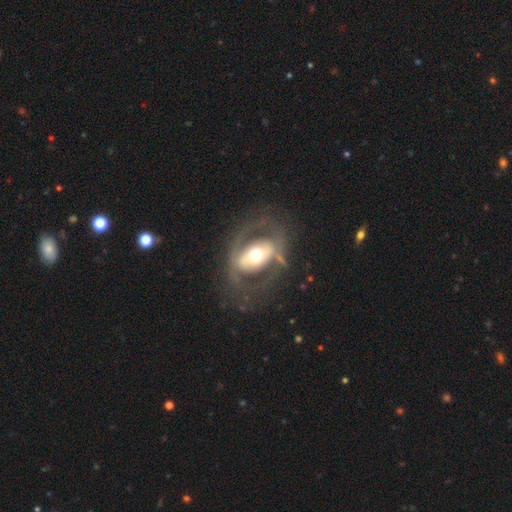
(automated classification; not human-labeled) Smooth or featured?
  - featured or disk: 69% *
  - smooth: 24%
  - star or artifact: 7%
Edge-on disk?
  - no: 92% *
  - yes: 8%
Bar?
  - no: 43% *
  - strong: 35%
  - weak: 23%
Spiral arms?
  - no: 58% *
  - yes: 42%
Bulge size?
  - moderate: 57% *
  - large: 33%
  - small: 5%
  - dominant: 5%
  - none: 1%
Merging?
  - none: 66% *
  - major disturbance: 16%
  - minor disturbance: 15%
  - merger: 3%